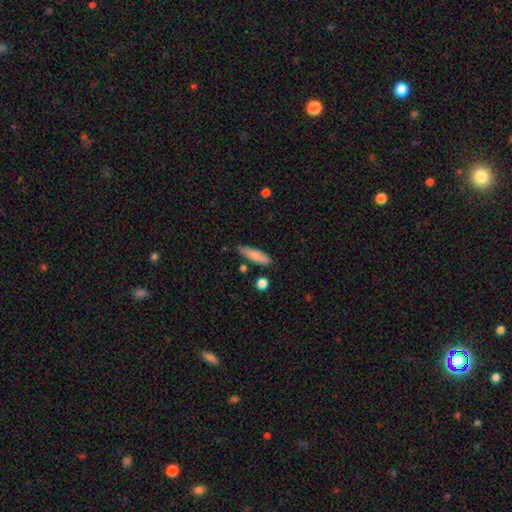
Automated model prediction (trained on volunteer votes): Q: Smooth or featured?
A: smooth (83%); runner-up: featured or disk (11%)
Q: How rounded?
A: cigar-shaped (64%); runner-up: in between (34%)
Q: Merging?
A: none (77%); runner-up: minor disturbance (16%)